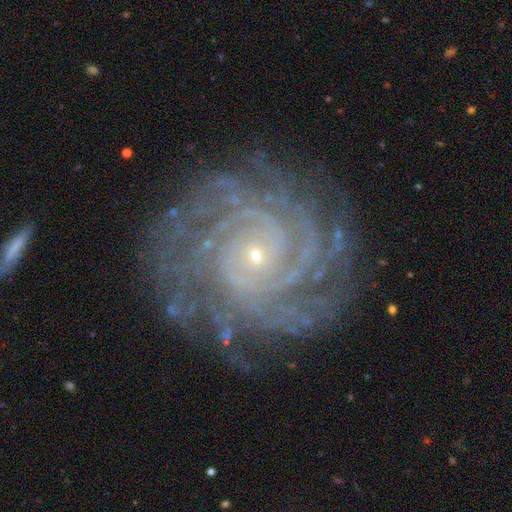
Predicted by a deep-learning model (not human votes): smooth-or-featured: featured or disk: 90% | star or artifact: 6% | smooth: 4%
  disk-edge-on: no: 98% | yes: 2%
    bar: no: 78% | weak: 15% | strong: 7%
    has-spiral-arms: yes: 98% | no: 2%
      spiral-winding: tight: 83% | medium: 15% | loose: 2%
      spiral-arm-count: more than 4: 25% | 4: 21% | can't tell: 18% | 3: 15% | 2: 13% | 1: 8%
    bulge-size: small: 87% | moderate: 10% | none: 1% | large: 1% | dominant: 1%
  merging: none: 80% | minor disturbance: 13% | major disturbance: 5% | merger: 1%